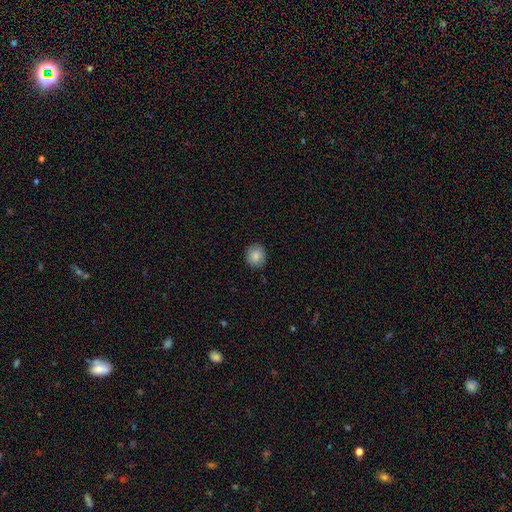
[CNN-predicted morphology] The model was most divided on "how rounded": round: 80%, in between: 19%, cigar-shaped: 1%. More confident: merging — none (86%); smooth or featured — smooth (84%).